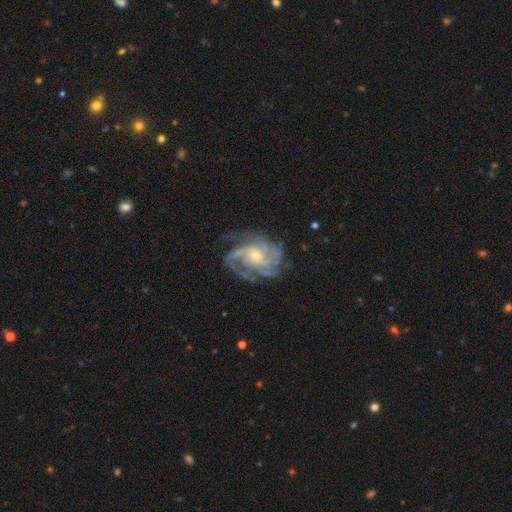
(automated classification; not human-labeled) Smooth or featured?
  - featured or disk: 90% *
  - star or artifact: 6%
  - smooth: 5%
Edge-on disk?
  - no: 98% *
  - yes: 2%
Bar?
  - no: 73% *
  - weak: 22%
  - strong: 5%
Spiral arms?
  - yes: 97% *
  - no: 3%
Spiral winding?
  - tight: 50% *
  - medium: 41%
  - loose: 10%
Spiral arm count?
  - 3: 30% *
  - 4: 22%
  - can't tell: 18%
  - 2: 14%
  - more than 4: 9%
  - 1: 7%
Bulge size?
  - small: 61% *
  - moderate: 35%
  - large: 2%
  - none: 2%
  - dominant: 1%
Merging?
  - none: 68% *
  - minor disturbance: 19%
  - major disturbance: 12%
  - merger: 1%